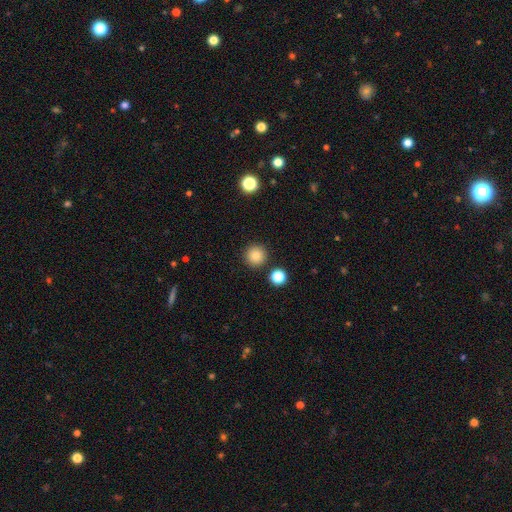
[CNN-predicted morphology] smooth_or_featured: smooth (p=0.83) [alt: star or artifact p=0.11]
how_rounded: round (p=0.96) [alt: in between p=0.03]
merging: none (p=0.90) [alt: minor disturbance p=0.05]